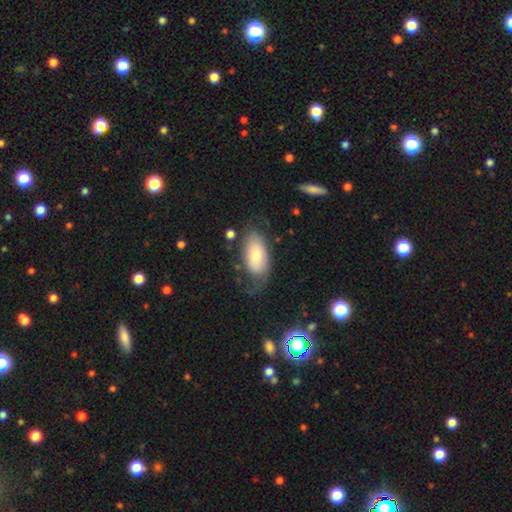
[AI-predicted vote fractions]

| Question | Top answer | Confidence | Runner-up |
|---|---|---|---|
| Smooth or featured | smooth | 62% | featured or disk (30%) |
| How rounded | in between | 92% | cigar-shaped (4%) |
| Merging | none | 53% | minor disturbance (26%) |